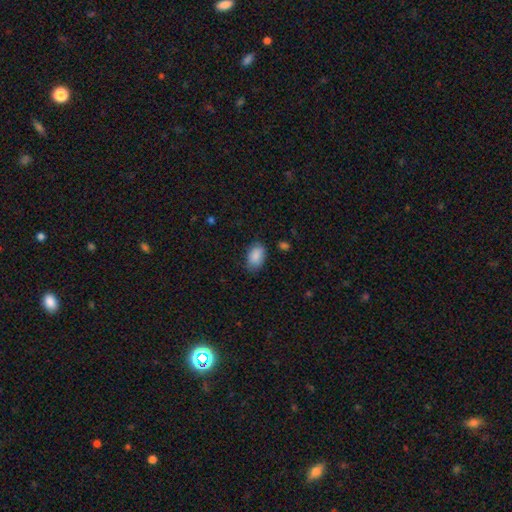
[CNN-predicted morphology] Smooth or featured? smooth (88%)
How rounded? in between (89%)
Merging? none (77%)